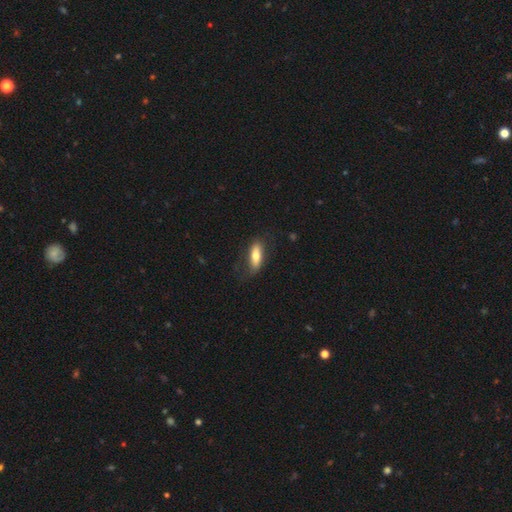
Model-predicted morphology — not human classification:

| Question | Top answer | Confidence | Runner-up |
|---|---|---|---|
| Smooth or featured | smooth | 69% | featured or disk (25%) |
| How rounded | in between | 61% | cigar-shaped (36%) |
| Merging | none | 66% | minor disturbance (22%) |